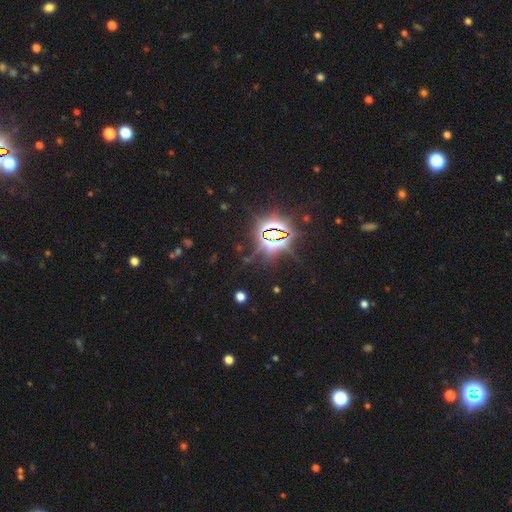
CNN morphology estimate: Smooth or featured?
  - star or artifact: 85% *
  - smooth: 9%
  - featured or disk: 7%